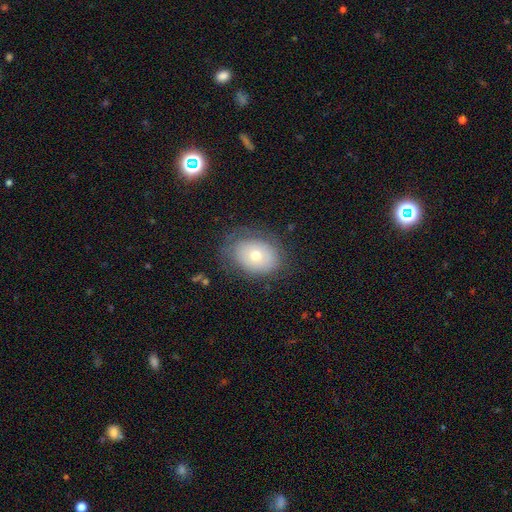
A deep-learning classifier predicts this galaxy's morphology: smooth-or-featured: smooth: 65% | featured or disk: 26% | star or artifact: 10%
  how-rounded: in between: 66% | round: 33% | cigar-shaped: 1%
  merging: none: 70% | minor disturbance: 20% | major disturbance: 9% | merger: 1%